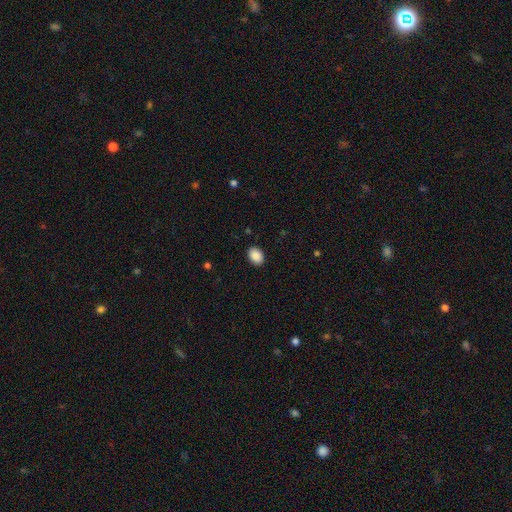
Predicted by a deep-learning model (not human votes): Smooth or featured? Predicted: smooth (p=0.90). How rounded? Predicted: in between (p=0.72). Merging? Predicted: none (p=0.90).